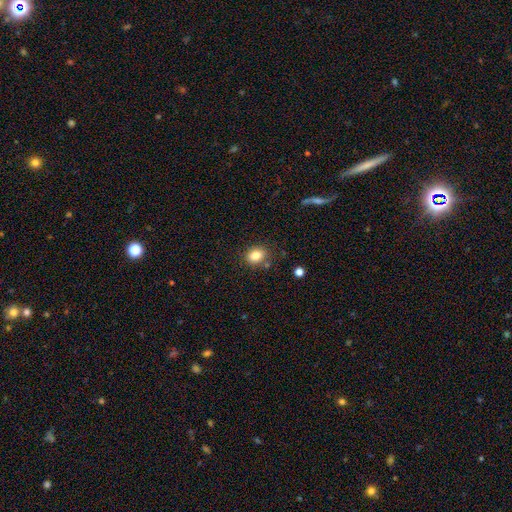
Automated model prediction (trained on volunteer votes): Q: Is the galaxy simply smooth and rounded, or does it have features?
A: smooth — 83%.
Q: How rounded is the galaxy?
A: in between — 59%.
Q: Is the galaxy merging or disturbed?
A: none — 79%.